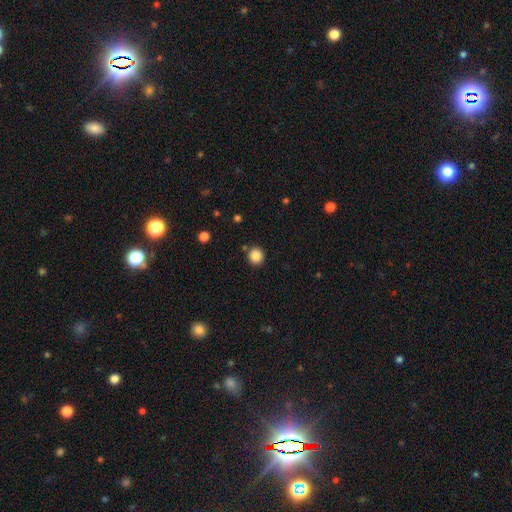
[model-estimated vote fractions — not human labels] The model was most divided on "smooth or featured": smooth: 86%, star or artifact: 10%, featured or disk: 4%. More confident: how rounded — round (93%); merging — none (87%).